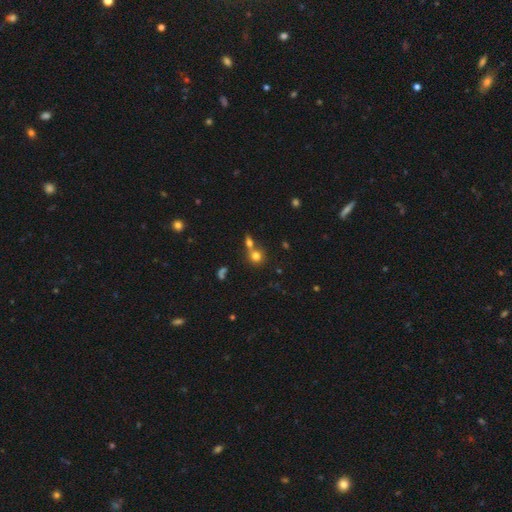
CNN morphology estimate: Q: Smooth or featured?
A: smooth (75%); runner-up: star or artifact (15%)
Q: How rounded?
A: round (85%); runner-up: in between (14%)
Q: Merging?
A: none (49%); runner-up: merger (40%)